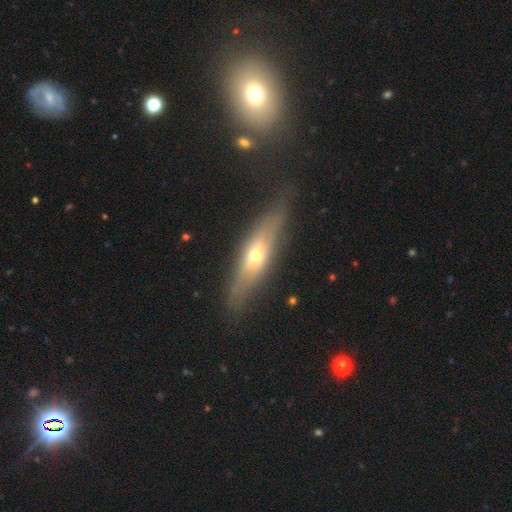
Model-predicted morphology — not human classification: Overall: featured or disk (58%; smooth 34%). Edge-on disk: yes (76%). Merging: none (76%).